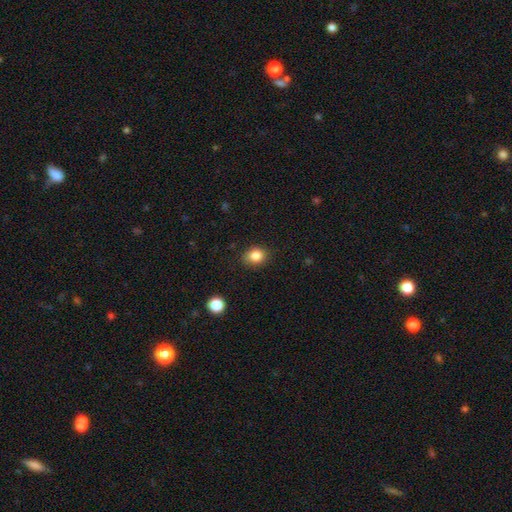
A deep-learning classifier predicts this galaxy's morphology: A smooth galaxy with no disk features (84%) that is round (59%). Merging: none (85%).